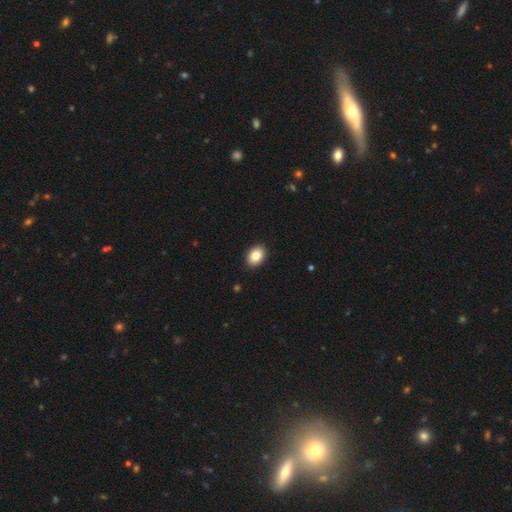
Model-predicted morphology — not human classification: This appears to be a smooth galaxy with no disk features (84%) that is in between round and cigar-shaped (77%). Merging: none (91%).